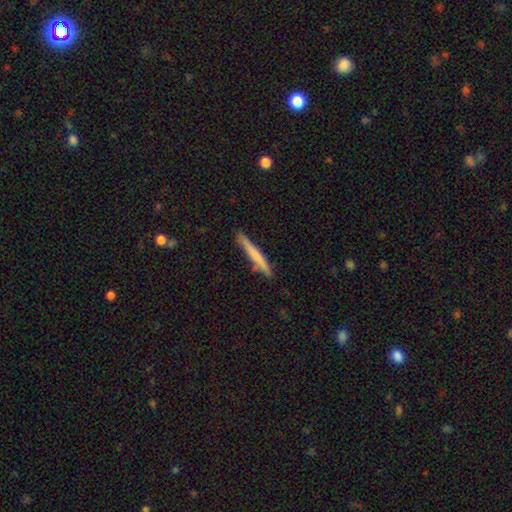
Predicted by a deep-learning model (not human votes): This is likely a smooth galaxy (63%). How rounded: clearly cigar-shaped (96%). Merging: clearly none (86%).